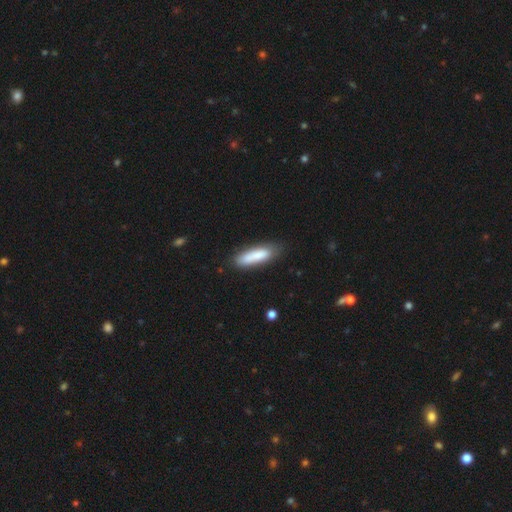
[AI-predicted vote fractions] Smooth or featured? smooth (80%)
How rounded? cigar-shaped (63%)
Merging? none (75%)